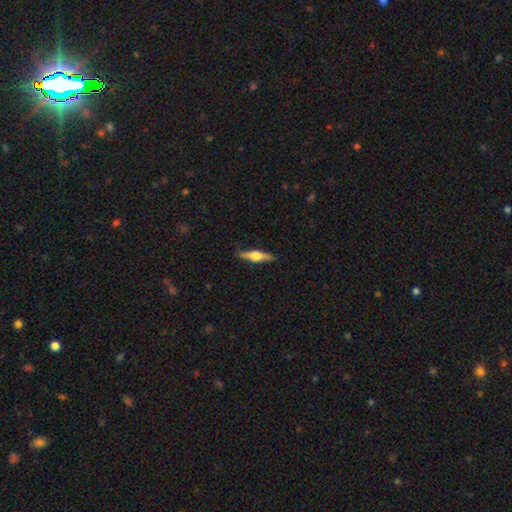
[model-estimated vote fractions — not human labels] Smooth or featured: featured or disk — 59% (smooth — 35%)
Edge-on disk: yes — 96% (no — 4%)
Edge-on bulge: rounded — 92% (boxy — 6%)
Merging: none — 87% (minor disturbance — 10%)